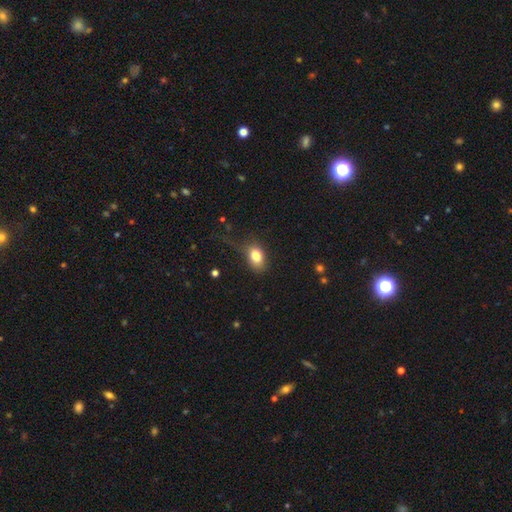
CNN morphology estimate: smooth_or_featured: smooth (p=0.82) [alt: featured or disk p=0.09]
how_rounded: in between (p=0.81) [alt: round p=0.17]
merging: none (p=0.59) [alt: minor disturbance p=0.24]